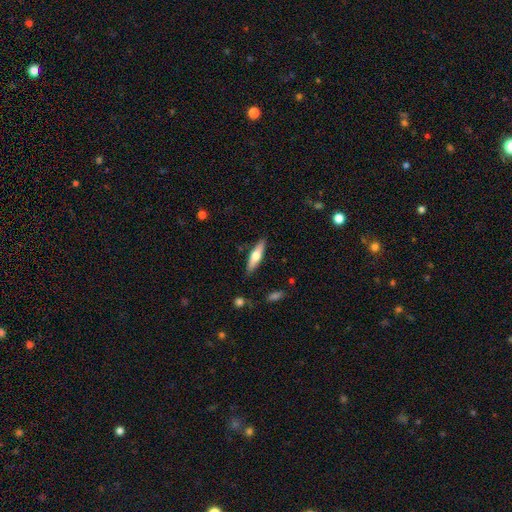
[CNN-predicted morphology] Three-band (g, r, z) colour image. It shows a smooth galaxy with no disk features (53%) that is cigar-shaped (69%). Merging: none (86%).